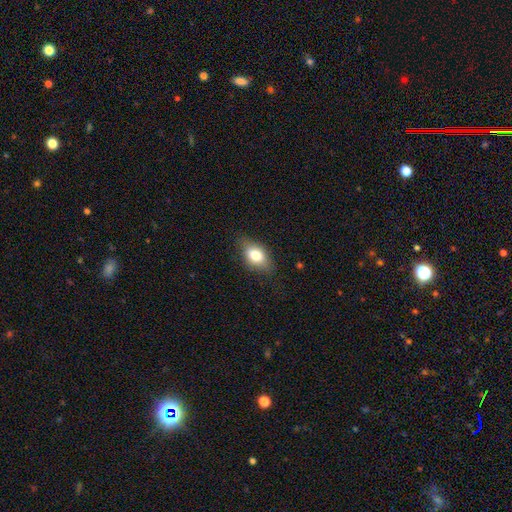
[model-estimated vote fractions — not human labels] This is likely a smooth galaxy (77%). How rounded: clearly in between (85%). Merging: likely none (76%).